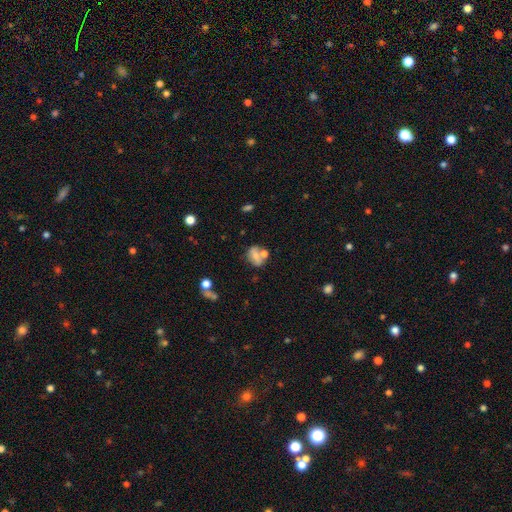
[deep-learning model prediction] smooth 59%, featured or disk 30%, star or artifact 12%. Down the decision tree: how rounded — in between (59%); merging — none (48%).